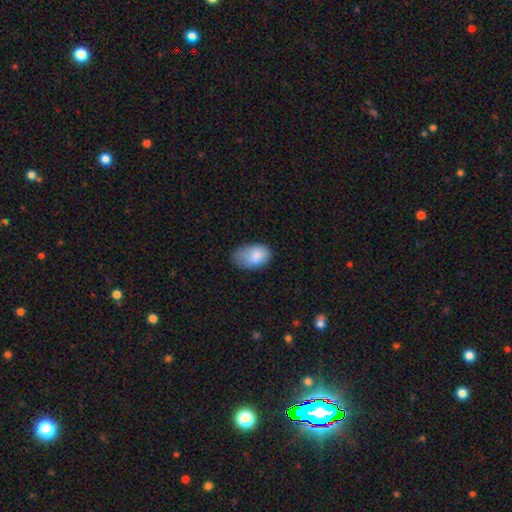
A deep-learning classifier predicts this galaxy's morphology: Smooth or featured? smooth (83%)
How rounded? in between (91%)
Merging? none (45%)